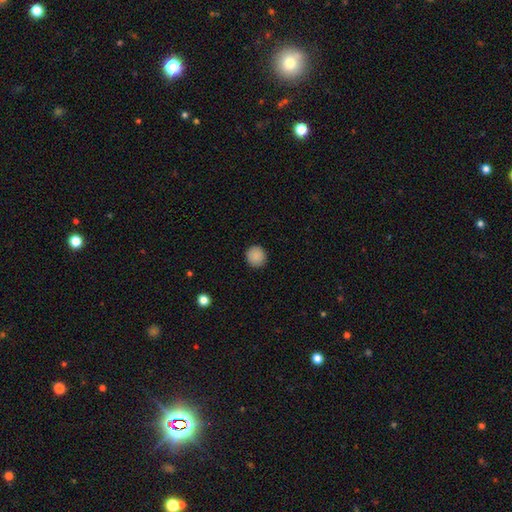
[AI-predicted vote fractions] This appears to be a smooth galaxy with no disk features (89%) that is round (93%). Merging: none (92%).